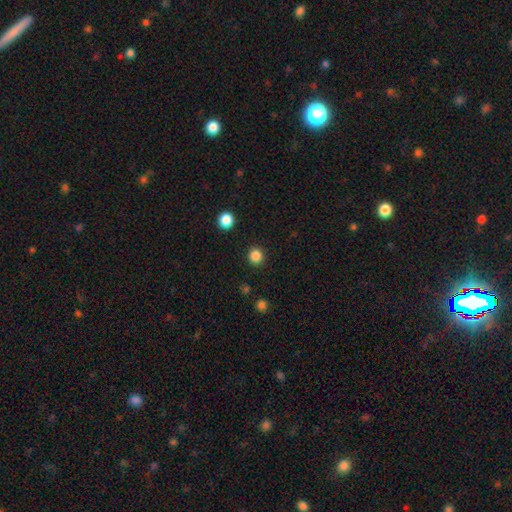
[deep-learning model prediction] This appears to be a smooth galaxy with no disk features (85%) that is round (94%). Merging: none (91%).